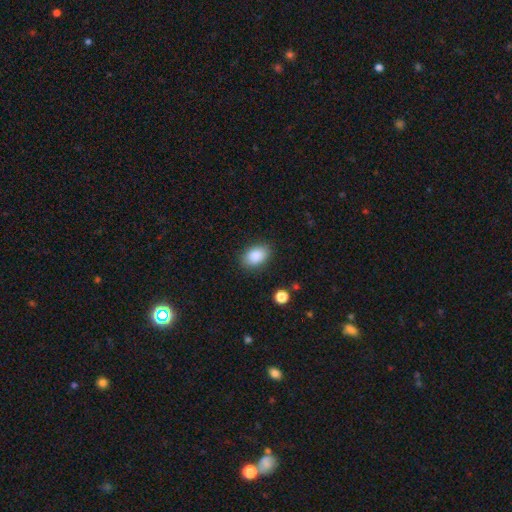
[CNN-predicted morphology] This appears to be a smooth galaxy with no disk features (88%) that is in between round and cigar-shaped (87%). Merging: none (85%).